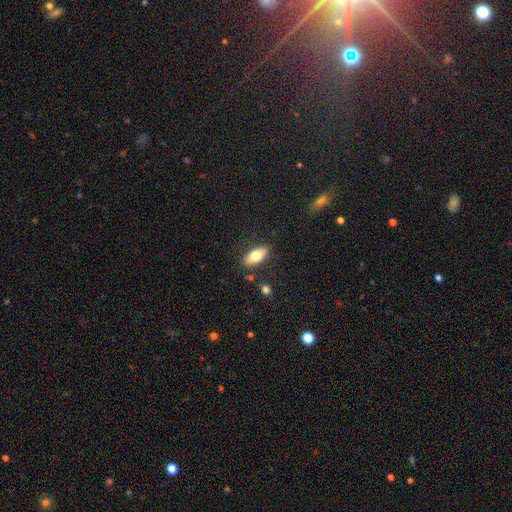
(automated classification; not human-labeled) Q: Smooth or featured?
A: smooth (72%); runner-up: featured or disk (21%)
Q: How rounded?
A: in between (82%); runner-up: cigar-shaped (15%)
Q: Merging?
A: none (83%); runner-up: minor disturbance (11%)